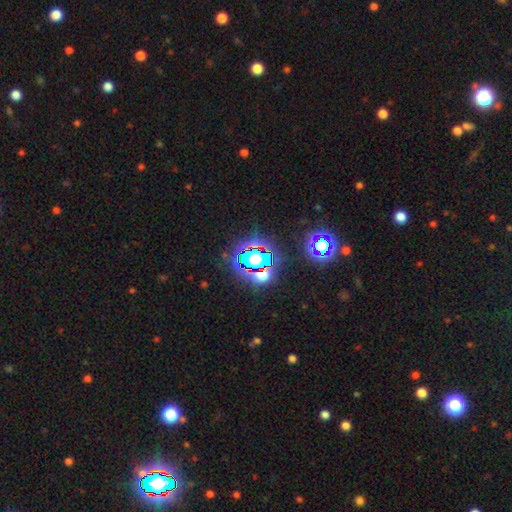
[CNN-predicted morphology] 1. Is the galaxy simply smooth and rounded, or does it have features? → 63% star or artifact, 24% smooth, 12% featured or disk.